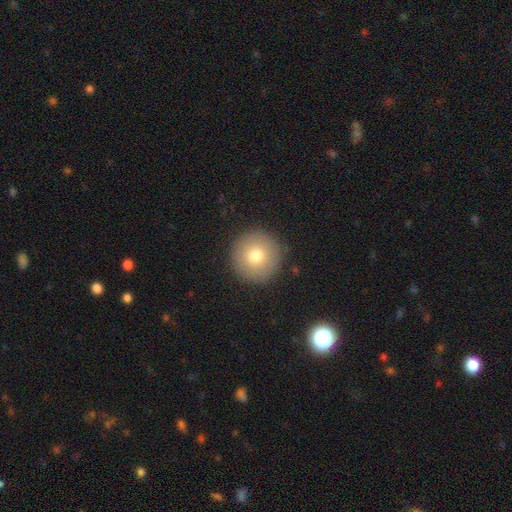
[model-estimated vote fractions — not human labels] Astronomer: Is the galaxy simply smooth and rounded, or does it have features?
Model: smooth — 75%.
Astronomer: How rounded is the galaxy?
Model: round — 96%.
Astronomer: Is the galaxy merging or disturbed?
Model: none — 91%.